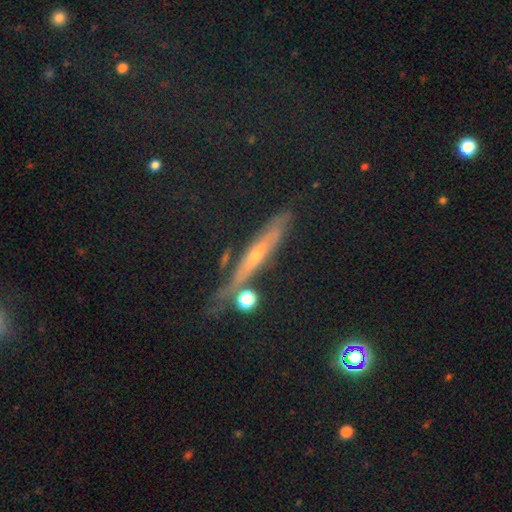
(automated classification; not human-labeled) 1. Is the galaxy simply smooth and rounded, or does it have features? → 43% featured or disk, 33% star or artifact, 25% smooth.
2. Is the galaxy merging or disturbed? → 72% none, 18% minor disturbance, 6% major disturbance, 5% merger.